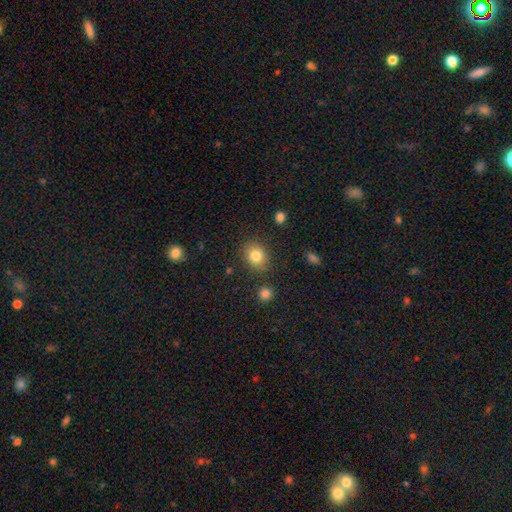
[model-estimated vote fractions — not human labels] A smooth galaxy with no disk features (81%) that is round (61%). Merging: none (85%).